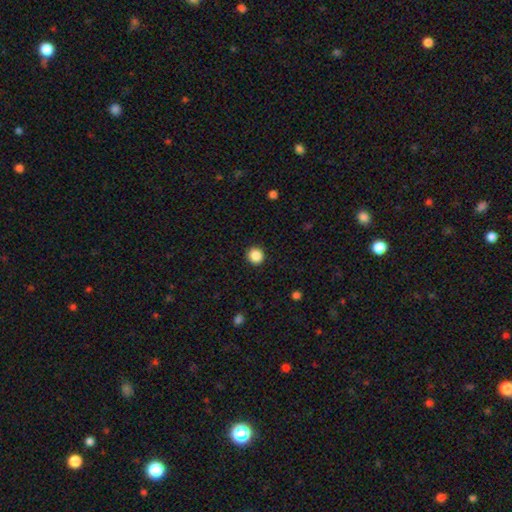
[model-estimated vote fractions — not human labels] smooth-or-featured: smooth: 88% | star or artifact: 10% | featured or disk: 3%
  how-rounded: round: 92% | in between: 7% | cigar-shaped: 1%
  merging: none: 92% | minor disturbance: 5% | major disturbance: 2% | merger: 1%